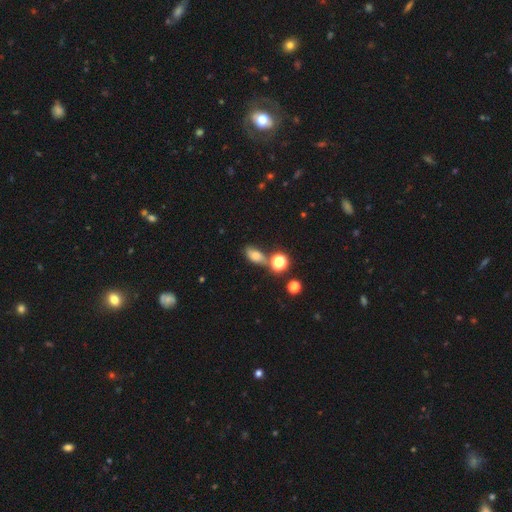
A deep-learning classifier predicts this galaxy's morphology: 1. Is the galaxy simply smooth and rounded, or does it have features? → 67% smooth, 18% star or artifact, 15% featured or disk.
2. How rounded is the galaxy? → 77% in between, 16% round, 7% cigar-shaped.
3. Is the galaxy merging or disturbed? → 60% none, 18% minor disturbance, 16% merger, 7% major disturbance.